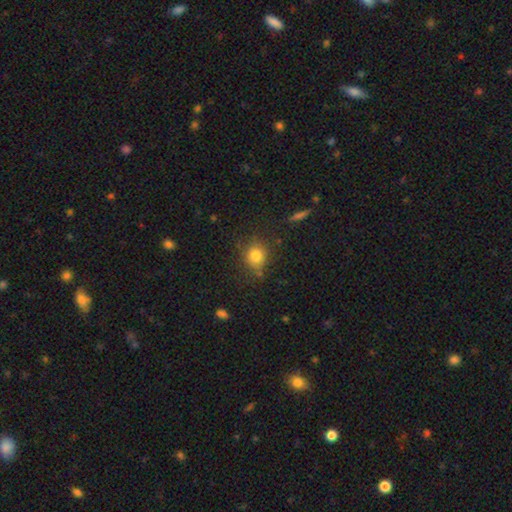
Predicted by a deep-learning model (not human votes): Smooth or featured: smooth — 81% (star or artifact — 12%)
How rounded: round — 81% (in between — 18%)
Merging: none — 77% (minor disturbance — 15%)